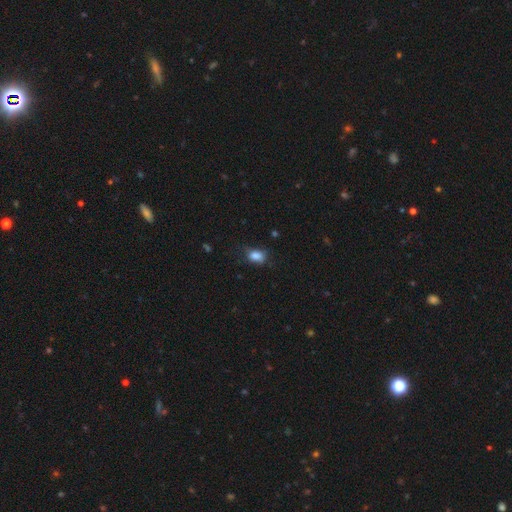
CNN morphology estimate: Q: Smooth or featured?
A: smooth (83%); runner-up: star or artifact (10%)
Q: How rounded?
A: in between (78%); runner-up: round (20%)
Q: Merging?
A: none (58%); runner-up: minor disturbance (29%)